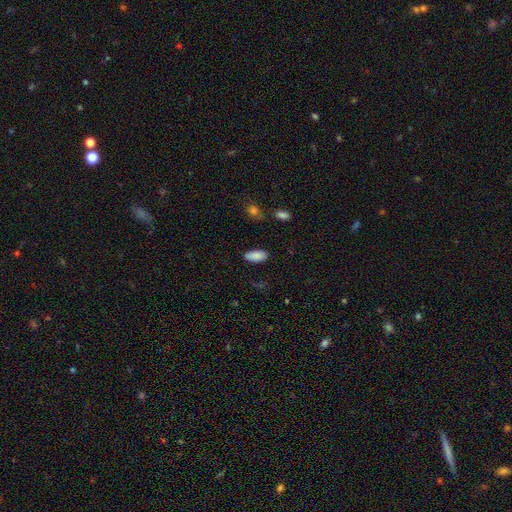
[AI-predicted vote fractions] smooth-or-featured: smooth: 88% | star or artifact: 8% | featured or disk: 5%
  how-rounded: in between: 89% | cigar-shaped: 9% | round: 2%
  merging: none: 84% | minor disturbance: 11% | major disturbance: 3% | merger: 2%